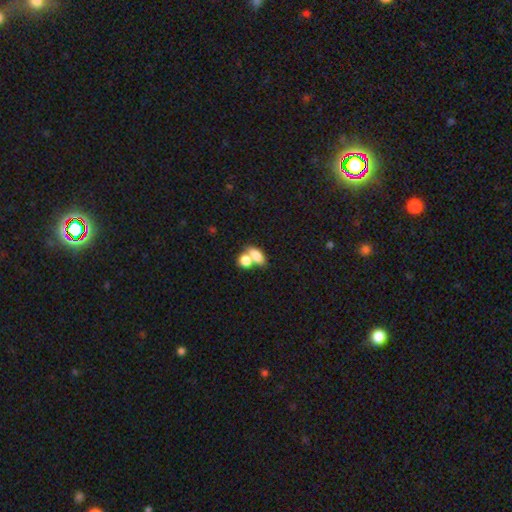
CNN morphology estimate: This is likely a smooth galaxy (78%). How rounded: likely in between (79%). Merging: possibly merger (57%).